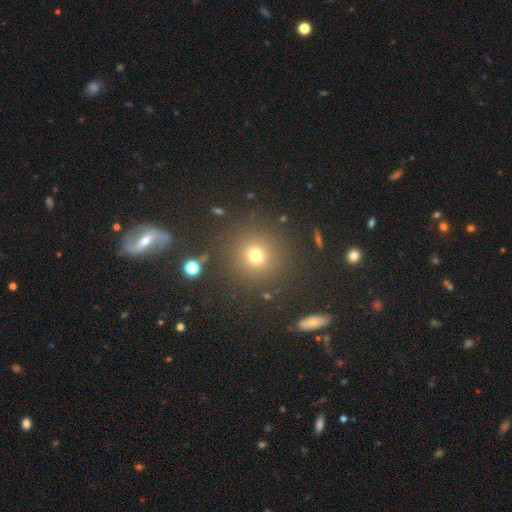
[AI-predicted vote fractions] Smooth or featured? smooth (71%)
How rounded? round (94%)
Merging? none (88%)